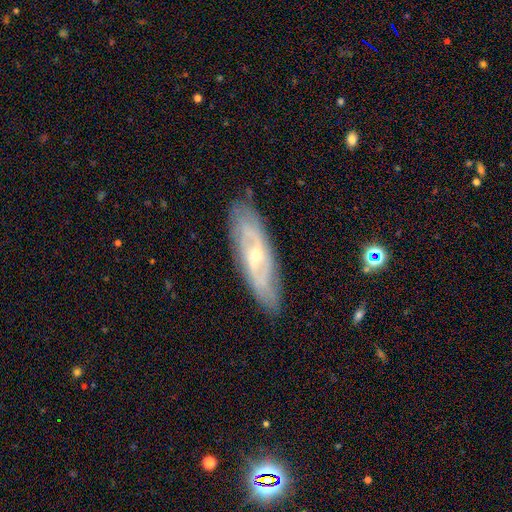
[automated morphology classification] Smooth or featured? Predicted: featured or disk (p=0.77). Edge-on disk? Predicted: no (p=0.78). Bar? Predicted: weak (p=0.42). Spiral arms? Predicted: yes (p=0.86). Spiral winding? Predicted: tight (p=0.46). Spiral arm count? Predicted: 2 (p=0.45). Bulge size? Predicted: small (p=0.61). Merging? Predicted: none (p=0.84).